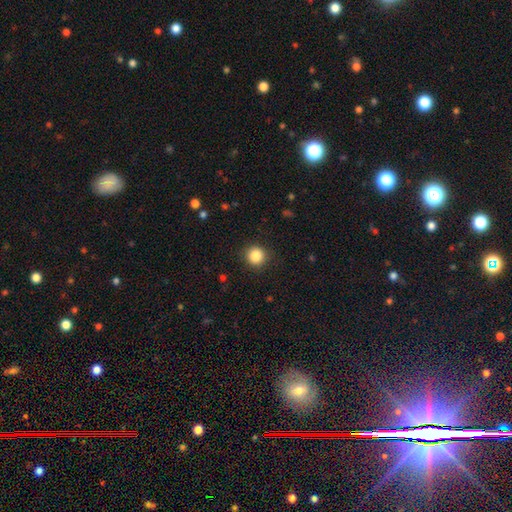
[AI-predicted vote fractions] The model was most divided on "smooth or featured": smooth: 86%, star or artifact: 10%, featured or disk: 4%. More confident: how rounded — round (93%); merging — none (90%).